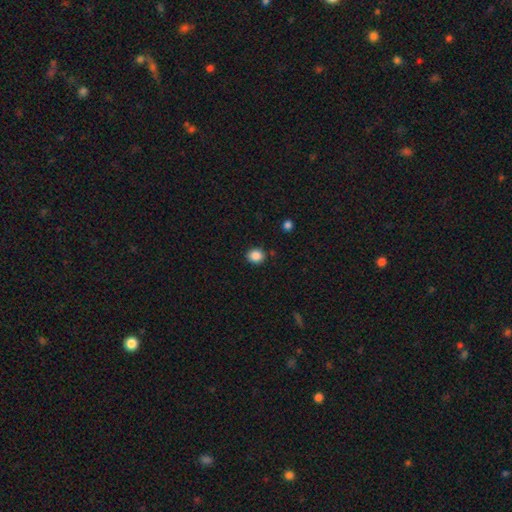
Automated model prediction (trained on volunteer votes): Smooth or featured: smooth — 87% (star or artifact — 10%)
How rounded: round — 76% (in between — 23%)
Merging: none — 88% (minor disturbance — 8%)